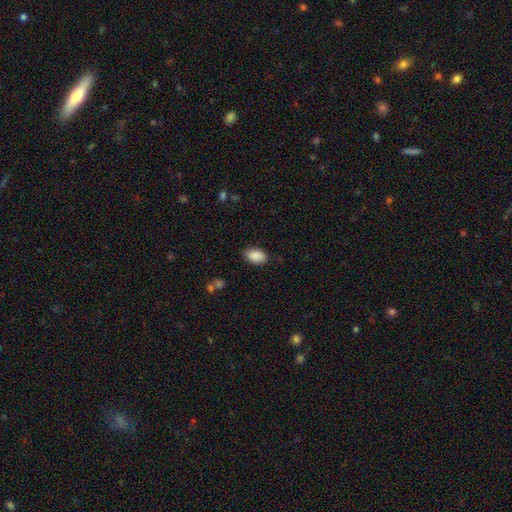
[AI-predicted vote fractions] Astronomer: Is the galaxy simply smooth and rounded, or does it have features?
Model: smooth — 89%.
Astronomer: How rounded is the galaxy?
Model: in between — 93%.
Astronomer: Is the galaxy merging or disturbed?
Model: none — 85%.